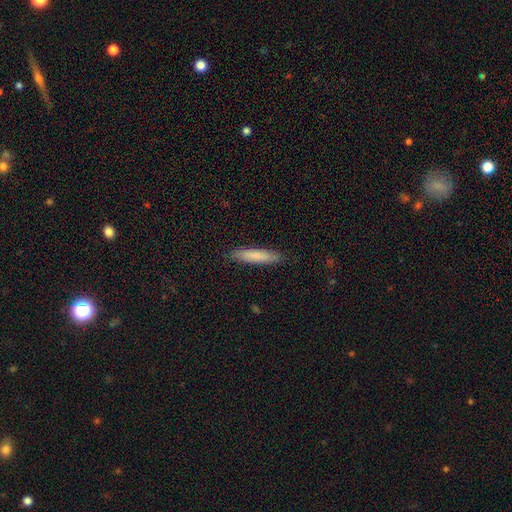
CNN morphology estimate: type=smooth (81%); roundness=cigar-shaped (89%); merging=none (89%).